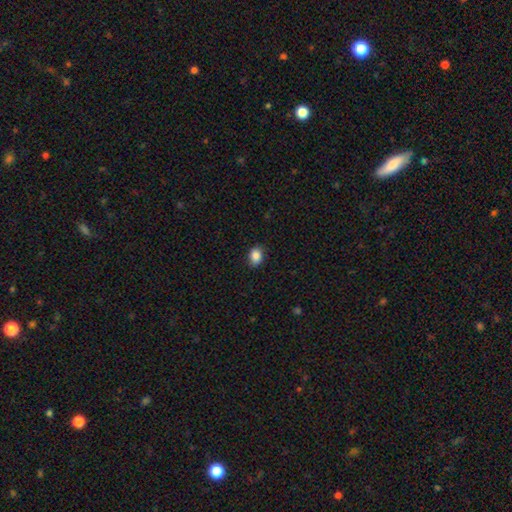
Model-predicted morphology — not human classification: Q: Smooth or featured?
A: smooth (87%); runner-up: star or artifact (9%)
Q: How rounded?
A: in between (62%); runner-up: round (37%)
Q: Merging?
A: none (87%); runner-up: minor disturbance (10%)